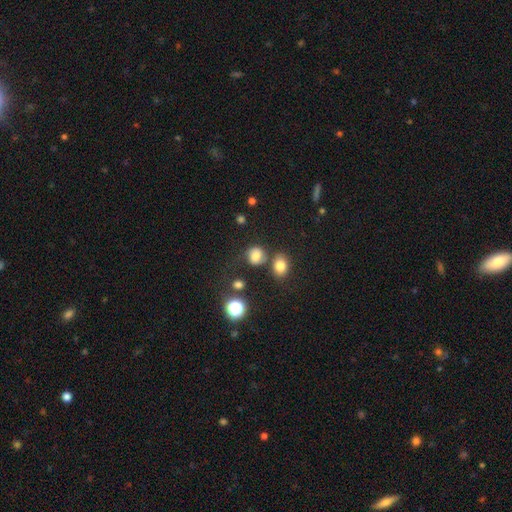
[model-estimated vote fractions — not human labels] smooth-or-featured: smooth: 74% | star or artifact: 15% | featured or disk: 11%
  how-rounded: round: 73% | in between: 26% | cigar-shaped: 1%
  merging: none: 59% | minor disturbance: 18% | merger: 15% | major disturbance: 8%